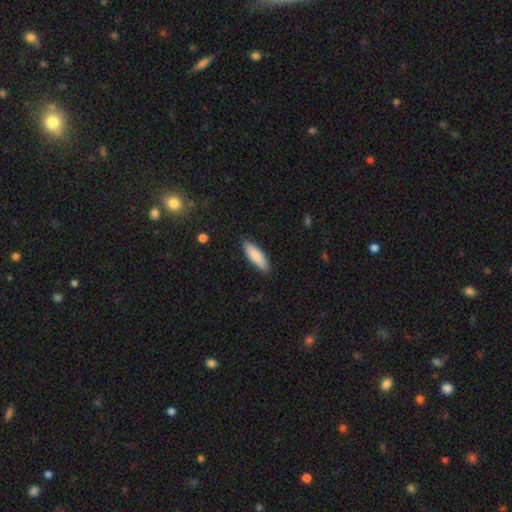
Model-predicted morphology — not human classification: This is clearly a smooth galaxy (85%). How rounded: possibly cigar-shaped (50%). Merging: clearly none (87%).